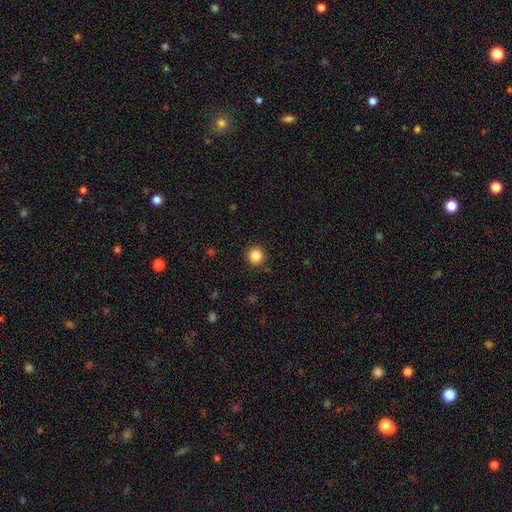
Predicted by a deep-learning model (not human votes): This appears to be a smooth galaxy with no disk features (86%) that is round (92%). Merging: none (90%).